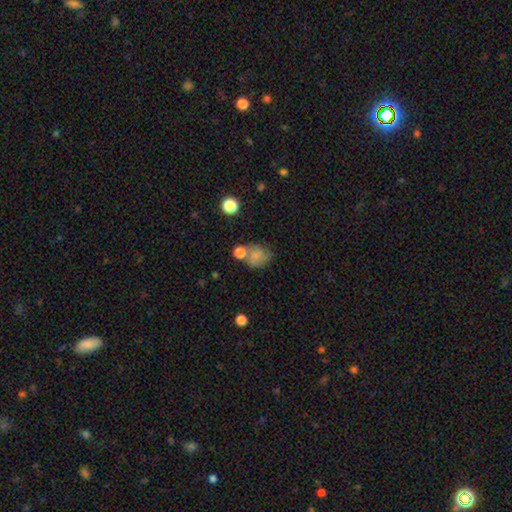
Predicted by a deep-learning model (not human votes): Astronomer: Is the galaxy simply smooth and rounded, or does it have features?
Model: smooth — 68%.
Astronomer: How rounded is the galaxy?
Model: round — 62% (runner-up: in between, 37%).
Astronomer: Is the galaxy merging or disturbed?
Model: none — 48%.